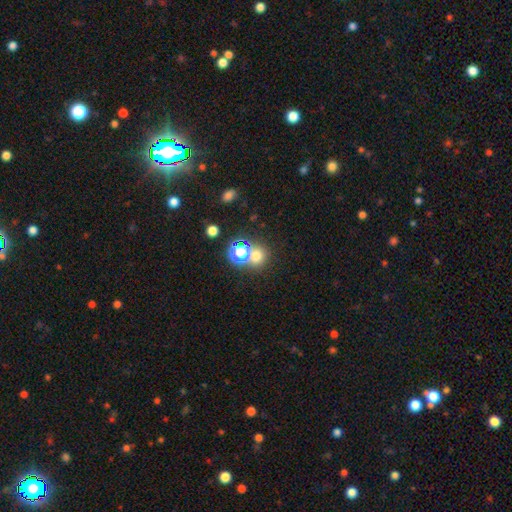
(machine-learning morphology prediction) The model was most divided on "merging": none: 63%, merger: 26%, minor disturbance: 8%, major disturbance: 4%. More confident: how rounded — round (82%); smooth or featured — smooth (66%).